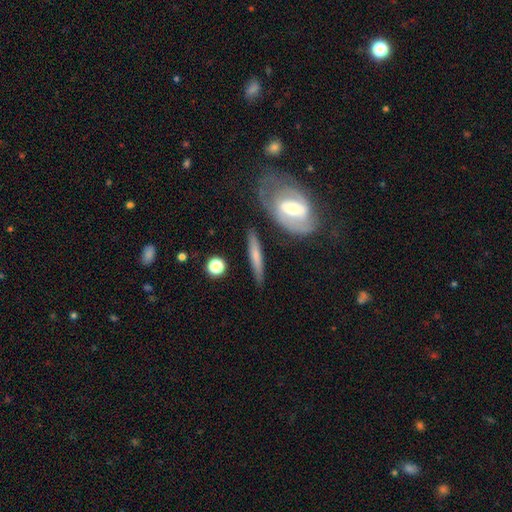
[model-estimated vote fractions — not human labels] Overall: smooth (54%; featured or disk 41%). How rounded: cigar-shaped (87%). Merging: none (83%).